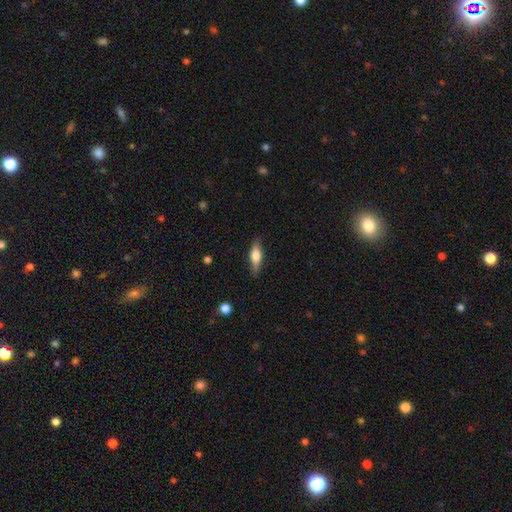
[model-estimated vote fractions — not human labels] This appears to be a smooth galaxy with no disk features (60%) that is cigar-shaped (49%). Merging: none (83%).